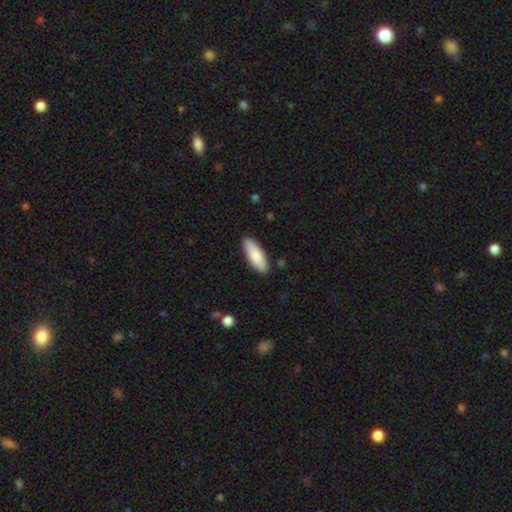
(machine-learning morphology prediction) This appears to be a smooth galaxy with no disk features (85%) that is in between round and cigar-shaped (61%). Merging: none (87%).